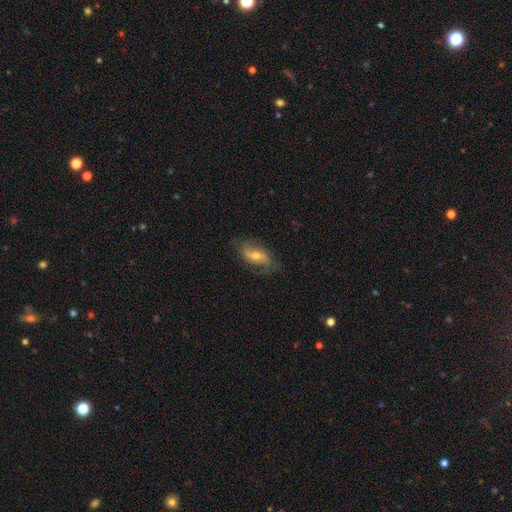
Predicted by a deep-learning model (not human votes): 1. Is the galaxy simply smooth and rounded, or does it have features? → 64% featured or disk, 27% smooth, 9% star or artifact.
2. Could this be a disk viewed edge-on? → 90% no, 10% yes.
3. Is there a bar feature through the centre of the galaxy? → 46% no, 38% weak, 16% strong.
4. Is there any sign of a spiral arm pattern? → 84% yes, 16% no.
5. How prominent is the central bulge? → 59% moderate, 35% small, 4% large, 2% none, 1% dominant.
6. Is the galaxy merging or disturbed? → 75% none, 18% minor disturbance, 6% major disturbance, 1% merger.